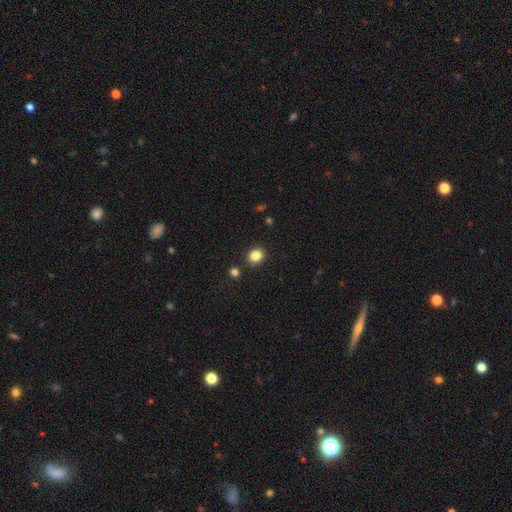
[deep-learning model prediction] A smooth galaxy with no disk features (85%) that is round (74%). Merging: none (86%).